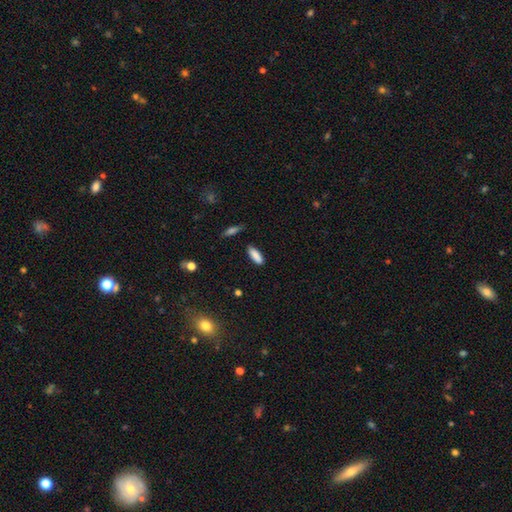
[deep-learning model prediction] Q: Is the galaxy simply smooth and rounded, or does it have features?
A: smooth — 87%.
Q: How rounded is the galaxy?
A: in between — 56%.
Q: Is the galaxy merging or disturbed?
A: none — 83%.